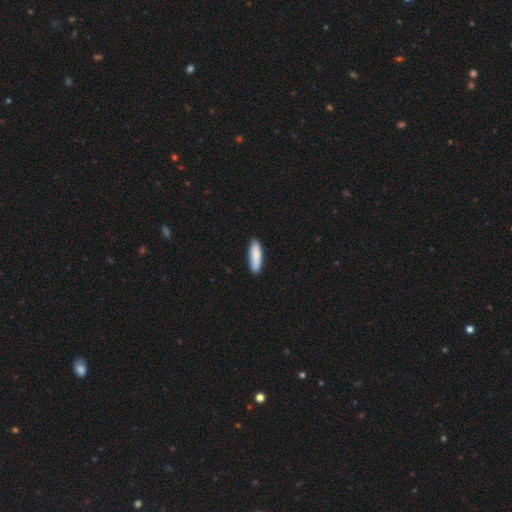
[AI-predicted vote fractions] smooth_or_featured: smooth (p=0.84) [alt: featured or disk p=0.11]
how_rounded: cigar-shaped (p=0.59) [alt: in between p=0.39]
merging: none (p=0.87) [alt: minor disturbance p=0.11]